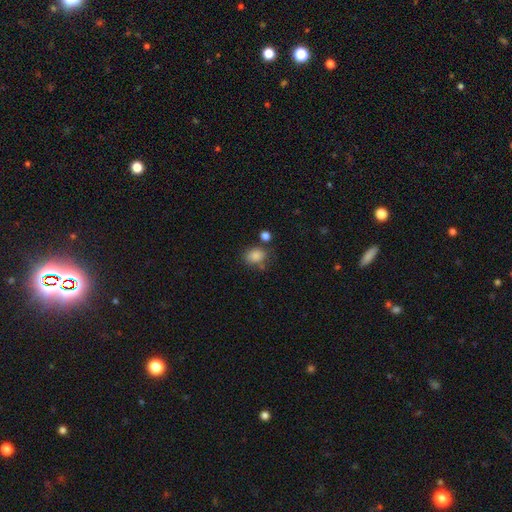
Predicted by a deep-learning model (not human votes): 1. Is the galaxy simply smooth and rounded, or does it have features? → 84% smooth, 10% star or artifact, 5% featured or disk.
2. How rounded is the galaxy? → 53% in between, 46% round, 1% cigar-shaped.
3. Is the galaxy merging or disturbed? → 66% none, 17% minor disturbance, 11% merger, 6% major disturbance.